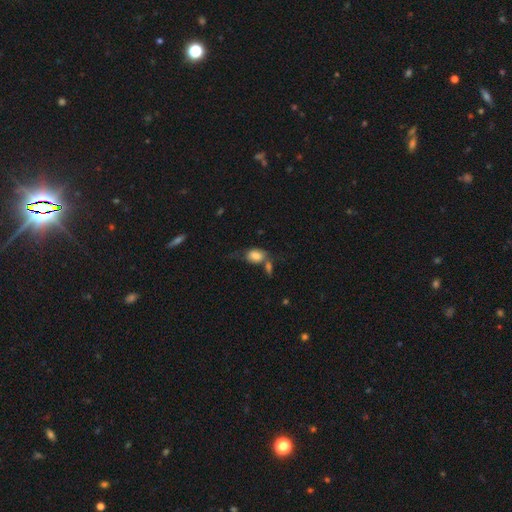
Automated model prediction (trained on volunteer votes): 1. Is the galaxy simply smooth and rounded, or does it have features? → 78% smooth, 13% featured or disk, 9% star or artifact.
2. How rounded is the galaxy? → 80% in between, 18% round, 2% cigar-shaped.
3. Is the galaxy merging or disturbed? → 38% none, 29% merger, 20% minor disturbance, 13% major disturbance.